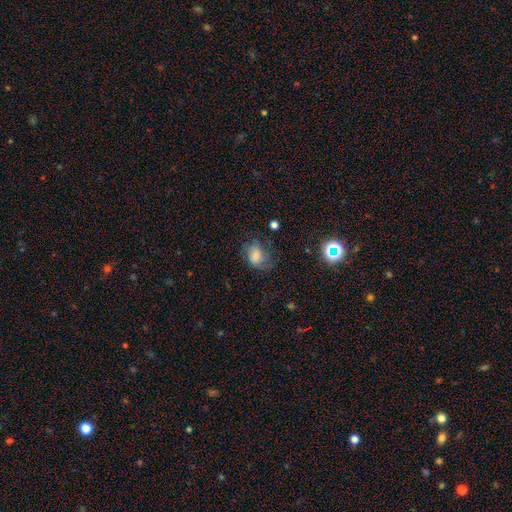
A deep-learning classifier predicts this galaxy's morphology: The model was most divided on "merging": none: 48%, minor disturbance: 27%, major disturbance: 22%, merger: 2%. More confident: how rounded — in between (69%); smooth or featured — smooth (62%).